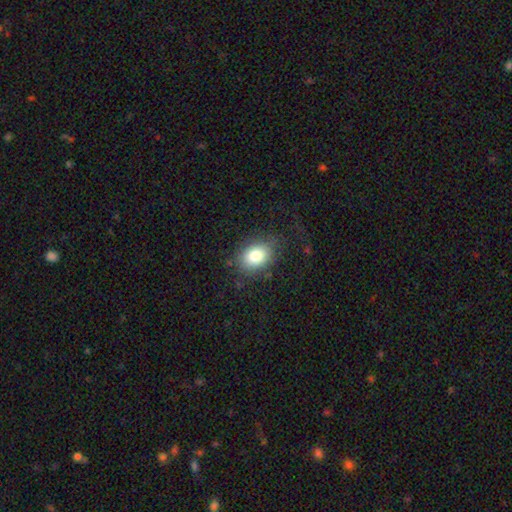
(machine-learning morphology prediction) smooth_or_featured: smooth (p=0.81) [alt: featured or disk p=0.10]
how_rounded: in between (p=0.72) [alt: round p=0.27]
merging: none (p=0.76) [alt: minor disturbance p=0.16]